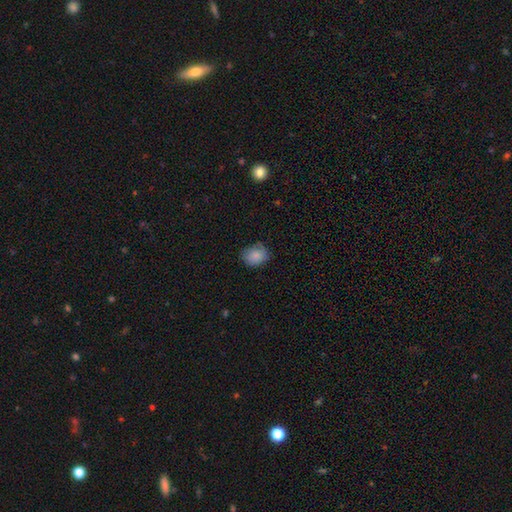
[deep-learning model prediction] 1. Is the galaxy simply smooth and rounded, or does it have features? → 84% smooth, 8% star or artifact, 8% featured or disk.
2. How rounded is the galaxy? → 51% round, 48% in between, 1% cigar-shaped.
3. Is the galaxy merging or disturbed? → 68% none, 26% minor disturbance, 5% major disturbance, 1% merger.